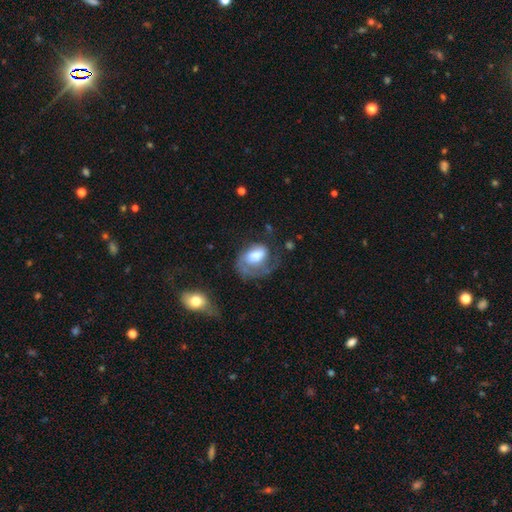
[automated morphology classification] Smooth or featured: featured or disk — 59% (smooth — 33%)
Edge-on disk: no — 97% (yes — 3%)
Bar: no — 57% (weak — 32%)
Spiral arms: yes — 78% (no — 22%)
Bulge size: large — 46% (moderate — 33%)
Merging: major disturbance — 38% (none — 35%)